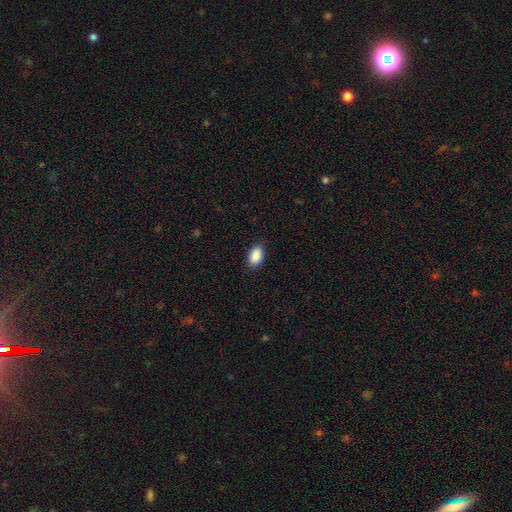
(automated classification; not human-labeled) Morphology: type=smooth (90%); roundness=in between (92%); merging=none (87%).